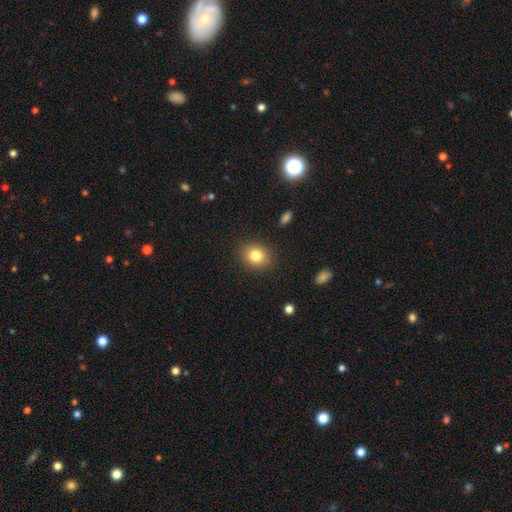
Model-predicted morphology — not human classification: This appears to be a smooth galaxy with no disk features (82%) that is round (60%). Merging: none (88%).